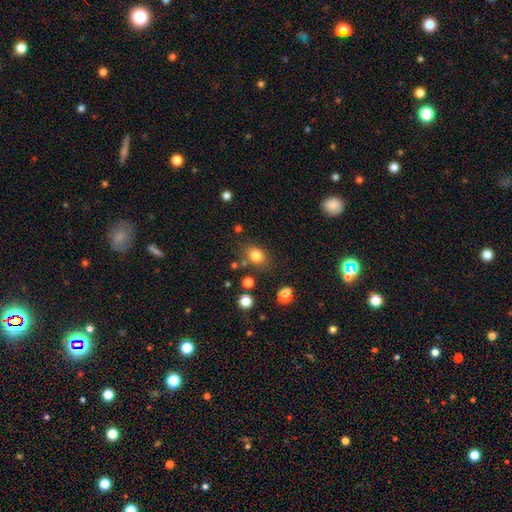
smooth 74%, featured or disk 15%, star or artifact 10%. Down the decision tree: how rounded — in between (55%); merging — none (69%).